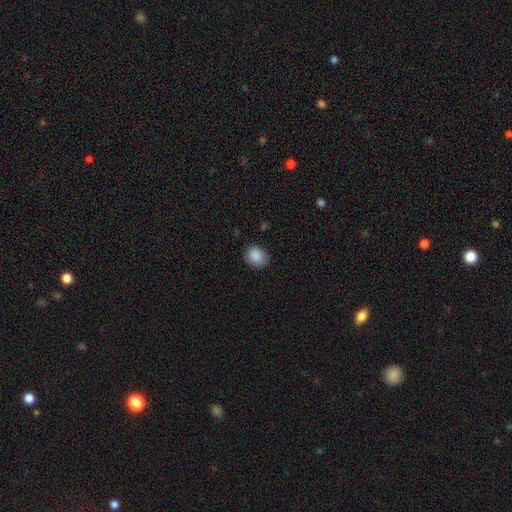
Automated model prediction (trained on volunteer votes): Morphology: type=smooth (88%); roundness=round (60%); merging=none (82%).